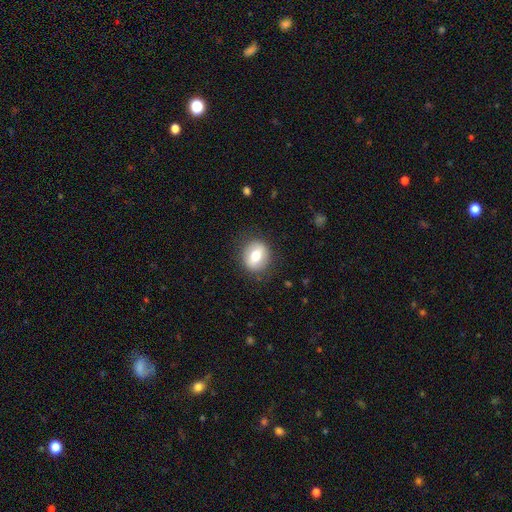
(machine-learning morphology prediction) smooth-or-featured: smooth: 70% | featured or disk: 22% | star or artifact: 9%
  how-rounded: round: 69% | in between: 30% | cigar-shaped: 1%
  merging: none: 85% | minor disturbance: 10% | major disturbance: 4% | merger: 1%